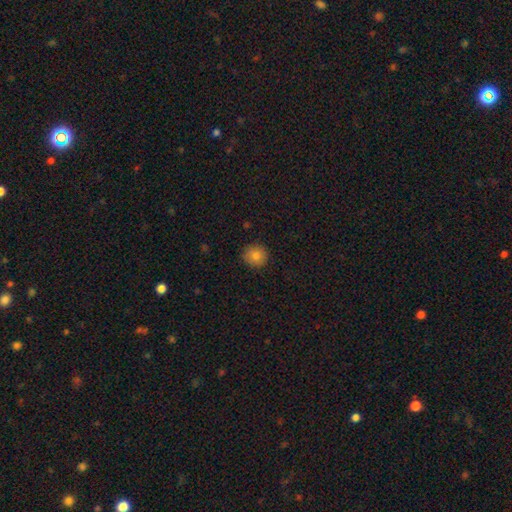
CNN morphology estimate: A smooth galaxy with no disk features (82%) that is round (93%).

Vote fractions:
- Smooth or featured? smooth: 82% / star or artifact: 11% / featured or disk: 7%
- How rounded? round: 93% / in between: 6% / cigar-shaped: 1%
- Merging? none: 90% / minor disturbance: 8% / major disturbance: 2% / merger: 1%